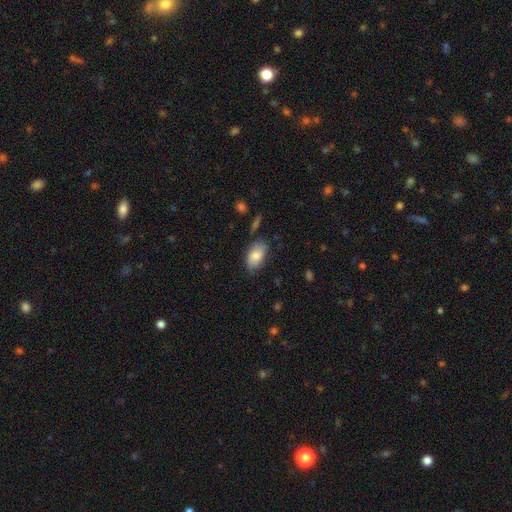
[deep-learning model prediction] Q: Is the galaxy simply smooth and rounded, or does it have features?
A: smooth — 82%.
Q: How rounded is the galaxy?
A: in between — 93%.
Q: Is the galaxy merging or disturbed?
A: none — 74%.